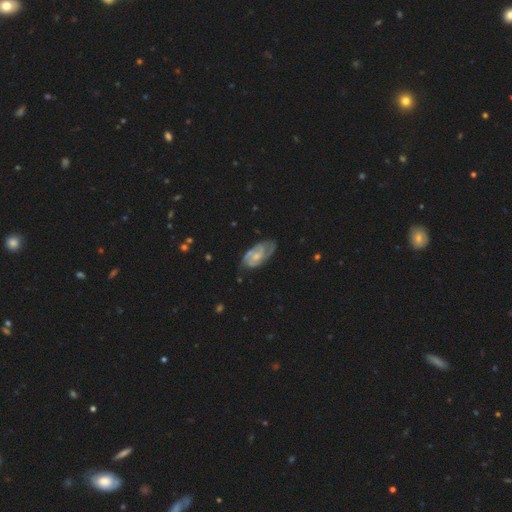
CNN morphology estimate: A featured or disk galaxy (78%) with no bar (57%), 2 (58%) tight (49%) spiral arms (92%) and a small central bulge (50%). Merging: none (65%).